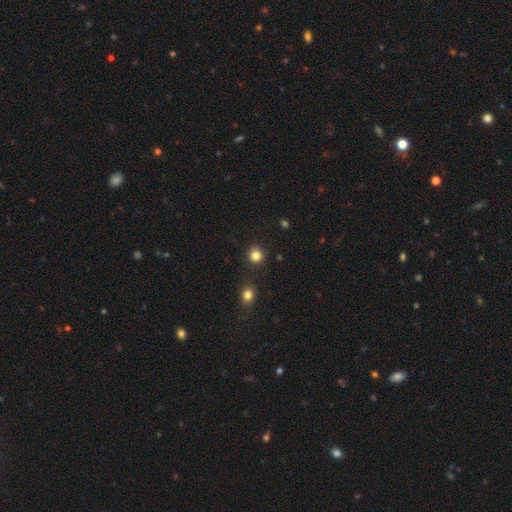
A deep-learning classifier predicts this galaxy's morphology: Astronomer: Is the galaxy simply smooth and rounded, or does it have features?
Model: smooth — 83%.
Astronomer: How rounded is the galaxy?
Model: round — 88%.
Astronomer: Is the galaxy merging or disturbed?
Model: none — 86%.